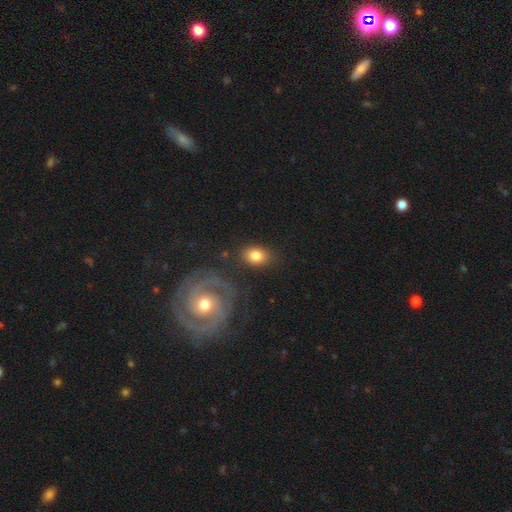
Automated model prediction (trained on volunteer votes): Smooth or featured? smooth (79%)
How rounded? in between (68%)
Merging? none (79%)